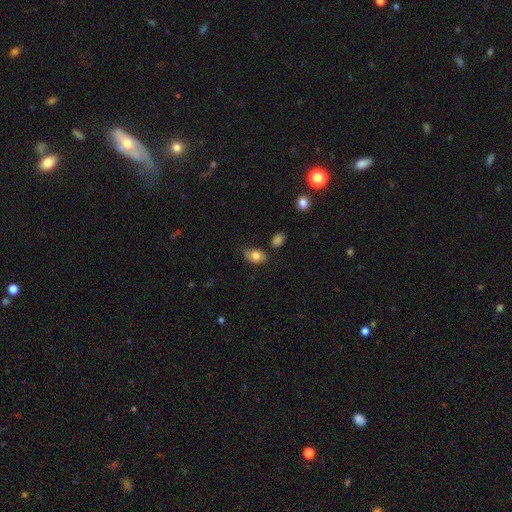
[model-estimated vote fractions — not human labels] Smooth or featured?
  - smooth: 78% *
  - featured or disk: 14%
  - star or artifact: 8%
How rounded?
  - in between: 84% *
  - round: 14%
  - cigar-shaped: 2%
Merging?
  - none: 61% *
  - minor disturbance: 29%
  - major disturbance: 6%
  - merger: 4%